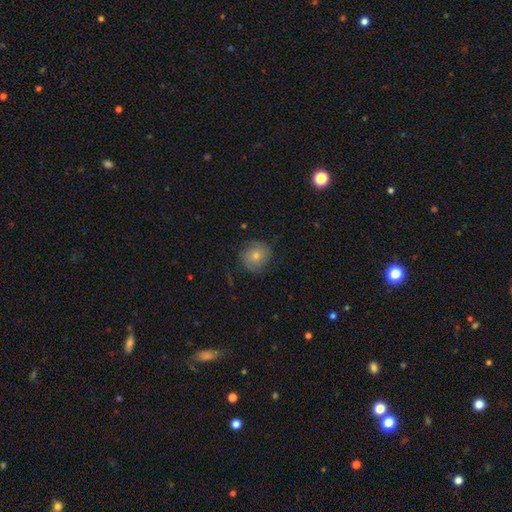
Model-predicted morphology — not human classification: smooth_or_featured: featured or disk (p=0.45) [alt: smooth p=0.41]
merging: none (p=0.80) [alt: minor disturbance p=0.14]